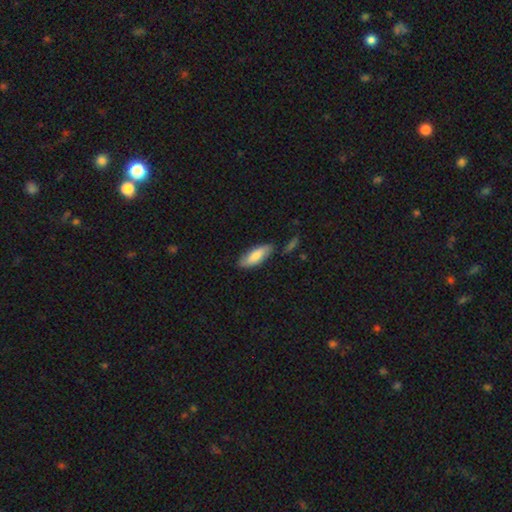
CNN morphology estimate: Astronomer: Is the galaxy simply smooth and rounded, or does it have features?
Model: smooth — 75%.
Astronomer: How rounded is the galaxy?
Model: in between — 68%.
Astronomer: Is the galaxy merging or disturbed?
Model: none — 72%.